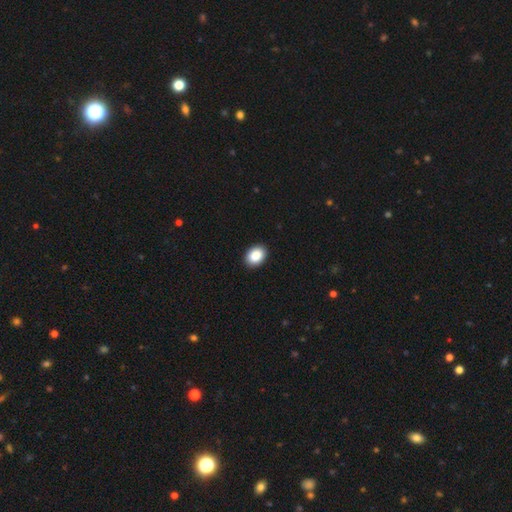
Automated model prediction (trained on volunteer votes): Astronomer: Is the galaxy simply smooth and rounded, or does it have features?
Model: smooth — 89%.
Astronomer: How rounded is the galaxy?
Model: in between — 77%.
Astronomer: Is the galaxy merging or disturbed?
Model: none — 91%.